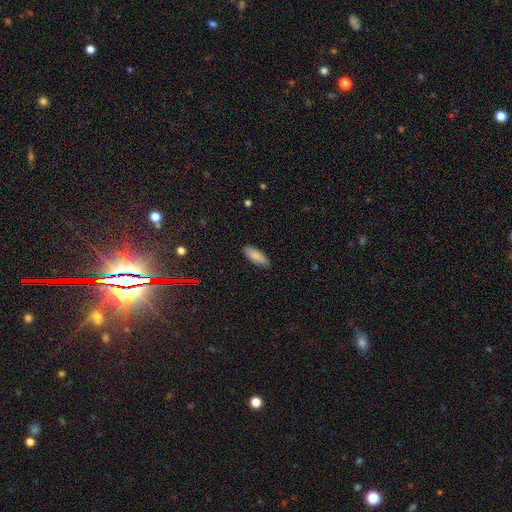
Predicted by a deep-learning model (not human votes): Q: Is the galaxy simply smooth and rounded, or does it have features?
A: smooth — 86%.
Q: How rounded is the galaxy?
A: in between — 68%.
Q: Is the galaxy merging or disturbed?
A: none — 85%.